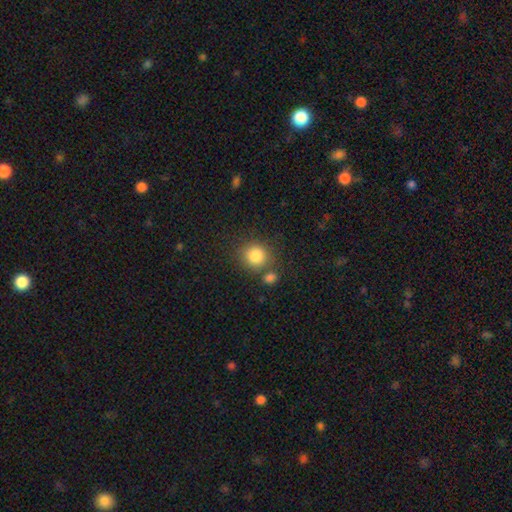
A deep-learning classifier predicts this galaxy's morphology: Smooth or featured: smooth — 84% (star or artifact — 10%)
How rounded: round — 87% (in between — 12%)
Merging: none — 71% (merger — 14%)